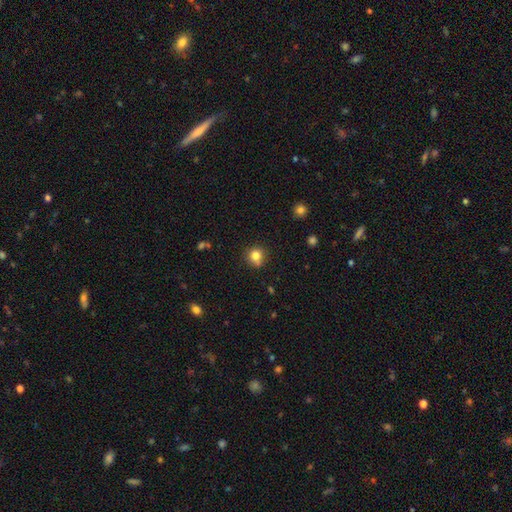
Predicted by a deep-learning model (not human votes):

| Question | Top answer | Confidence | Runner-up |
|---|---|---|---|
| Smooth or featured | smooth | 81% | star or artifact (12%) |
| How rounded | round | 89% | in between (10%) |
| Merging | none | 76% | minor disturbance (13%) |